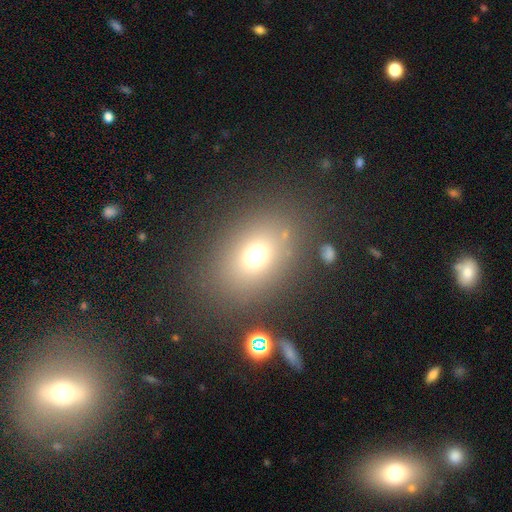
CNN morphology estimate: The model was most divided on "how rounded": in between: 65%, round: 34%, cigar-shaped: 1%. More confident: merging — none (81%); smooth or featured — smooth (70%).